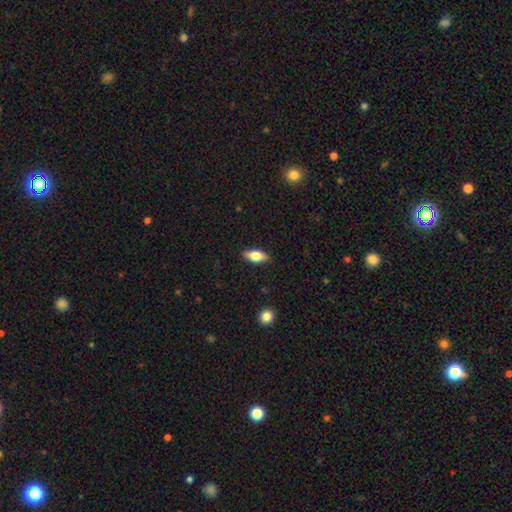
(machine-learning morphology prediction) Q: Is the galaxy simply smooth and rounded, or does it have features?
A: smooth — 70%.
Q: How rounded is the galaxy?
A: in between — 82%.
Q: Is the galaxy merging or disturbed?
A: none — 87%.